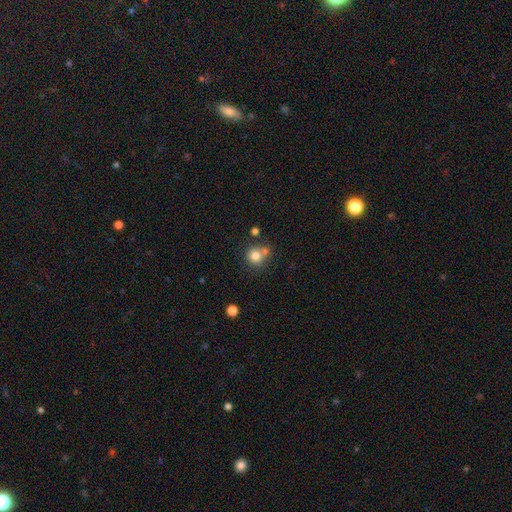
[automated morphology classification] Q: Smooth or featured?
A: smooth (79%); runner-up: star or artifact (11%)
Q: How rounded?
A: round (89%); runner-up: in between (10%)
Q: Merging?
A: none (56%); runner-up: merger (30%)